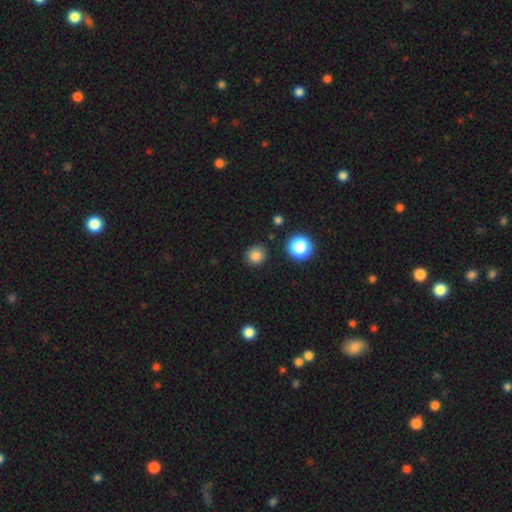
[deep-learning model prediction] This appears to be a smooth galaxy with no disk features (82%) that is round (89%). Merging: none (86%).